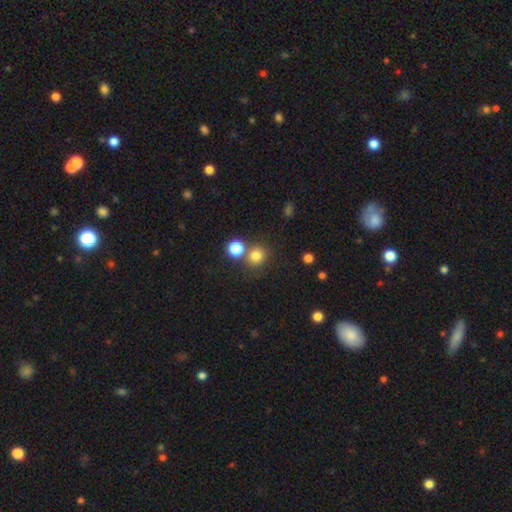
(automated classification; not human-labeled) This appears to be a smooth galaxy with no disk features (79%) that is round (88%). Merging: none (67%).